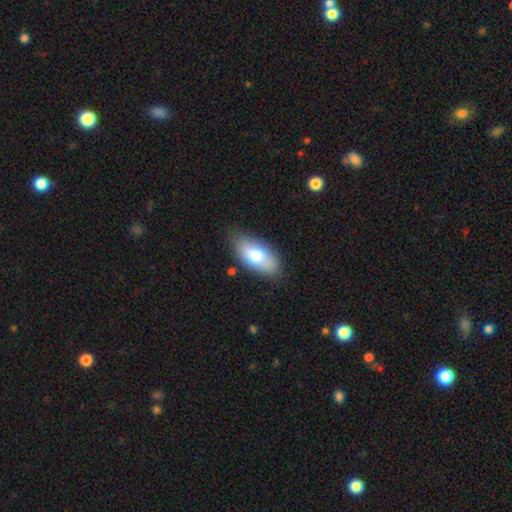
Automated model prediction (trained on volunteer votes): A smooth galaxy with no disk features (75%) that is in between round and cigar-shaped (91%).

Vote fractions:
- Smooth or featured? smooth: 75% / featured or disk: 19% / star or artifact: 6%
- How rounded? in between: 91% / cigar-shaped: 6% / round: 3%
- Merging? none: 79% / minor disturbance: 16% / major disturbance: 3% / merger: 2%